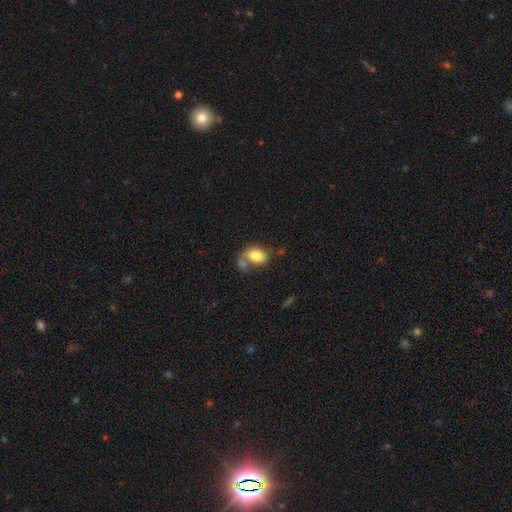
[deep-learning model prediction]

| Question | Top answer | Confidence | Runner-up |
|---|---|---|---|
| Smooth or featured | smooth | 73% | featured or disk (19%) |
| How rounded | in between | 77% | round (21%) |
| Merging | none | 32% | merger (27%) |